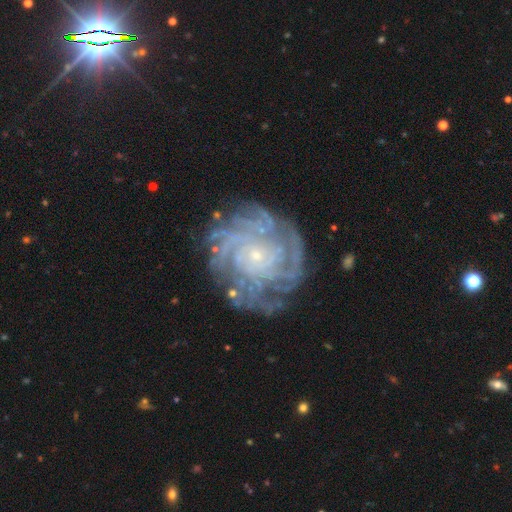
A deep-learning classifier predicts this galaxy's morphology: smooth_or_featured: featured or disk (p=0.88) [alt: star or artifact p=0.07]
disk_edge_on: no (p=0.97) [alt: yes p=0.03]
bar: no (p=0.79) [alt: weak p=0.16]
has_spiral_arms: yes (p=0.97) [alt: no p=0.03]
spiral_winding: tight (p=0.79) [alt: medium p=0.18]
spiral_arm_count: more than 4 (p=0.33) [alt: can't tell p=0.21]
bulge_size: small (p=0.86) [alt: moderate p=0.09]
merging: none (p=0.78) [alt: minor disturbance p=0.14]